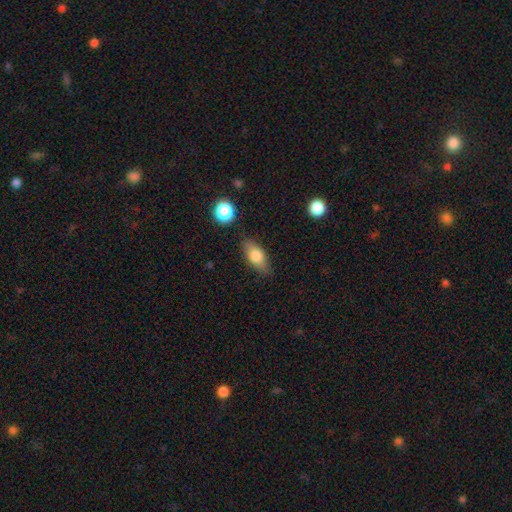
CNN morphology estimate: Overall: smooth (72%). How rounded: in between (80%). Merging: none (79%).